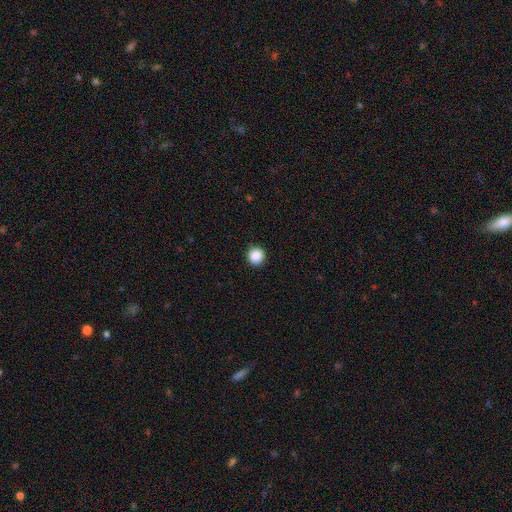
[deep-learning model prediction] Q: Smooth or featured?
A: smooth (88%); runner-up: star or artifact (9%)
Q: How rounded?
A: round (94%); runner-up: in between (5%)
Q: Merging?
A: none (92%); runner-up: minor disturbance (5%)